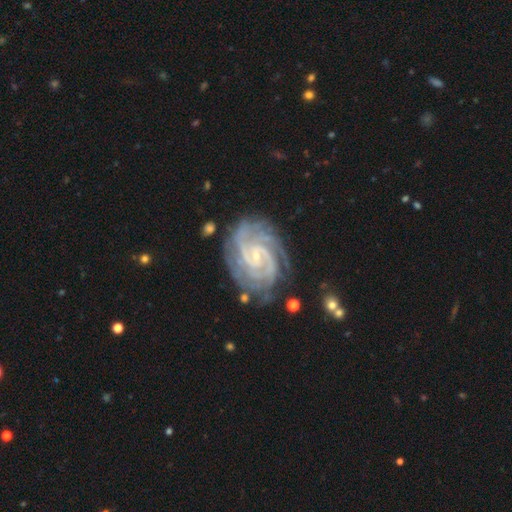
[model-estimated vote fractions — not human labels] smooth_or_featured: featured or disk (p=0.91) [alt: star or artifact p=0.05]
disk_edge_on: no (p=0.98) [alt: yes p=0.02]
bar: no (p=0.46) [alt: weak p=0.39]
has_spiral_arms: yes (p=0.98) [alt: no p=0.02]
spiral_winding: tight (p=0.75) [alt: medium p=0.23]
spiral_arm_count: 2 (p=0.27) [alt: 3 p=0.23]
bulge_size: small (p=0.82) [alt: moderate p=0.12]
merging: none (p=0.74) [alt: minor disturbance p=0.18]